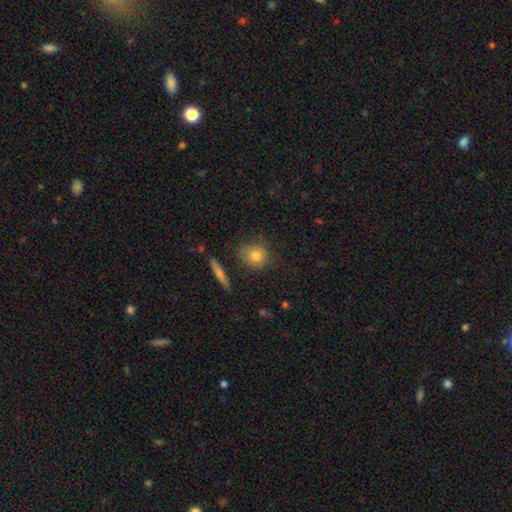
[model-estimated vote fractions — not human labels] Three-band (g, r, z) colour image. It shows a smooth galaxy with no disk features (79%) that is round (78%). Merging: none (74%).